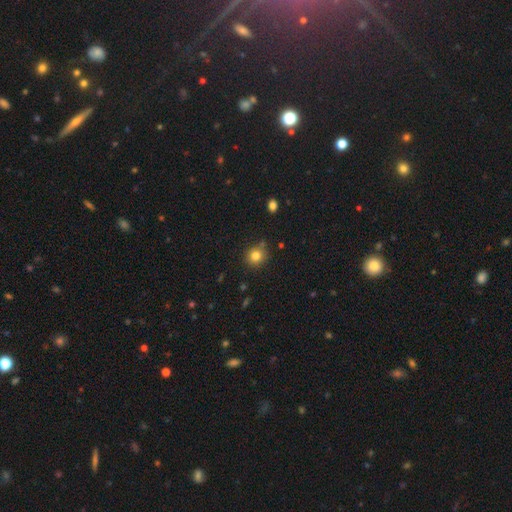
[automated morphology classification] This is clearly a smooth galaxy (81%). How rounded: clearly round (86%). Merging: likely none (80%).